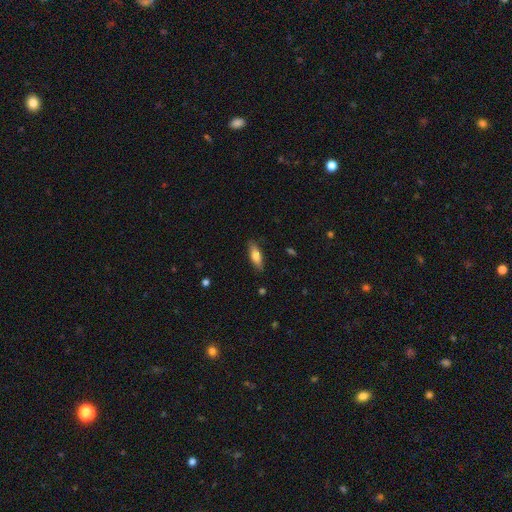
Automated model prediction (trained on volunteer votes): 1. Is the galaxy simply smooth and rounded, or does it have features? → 73% smooth, 20% featured or disk, 6% star or artifact.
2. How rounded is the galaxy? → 58% in between, 40% cigar-shaped, 2% round.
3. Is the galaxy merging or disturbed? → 86% none, 11% minor disturbance, 2% major disturbance, 1% merger.